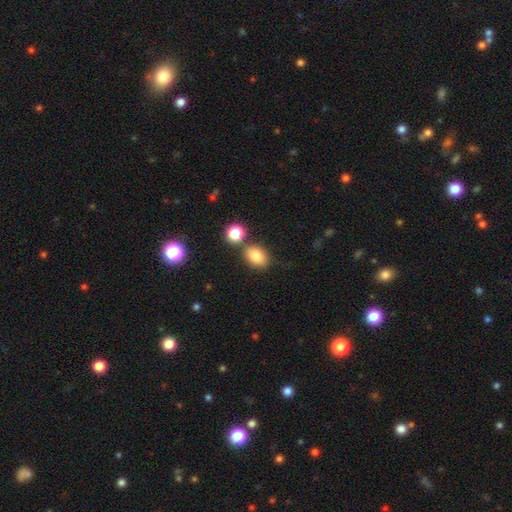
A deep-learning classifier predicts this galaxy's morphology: A smooth galaxy with no disk features (83%) that is in between round and cigar-shaped (75%).

Vote fractions:
- Smooth or featured? smooth: 83% / star or artifact: 10% / featured or disk: 7%
- How rounded? in between: 75% / round: 24% / cigar-shaped: 1%
- Merging? none: 68% / merger: 16% / minor disturbance: 13% / major disturbance: 4%